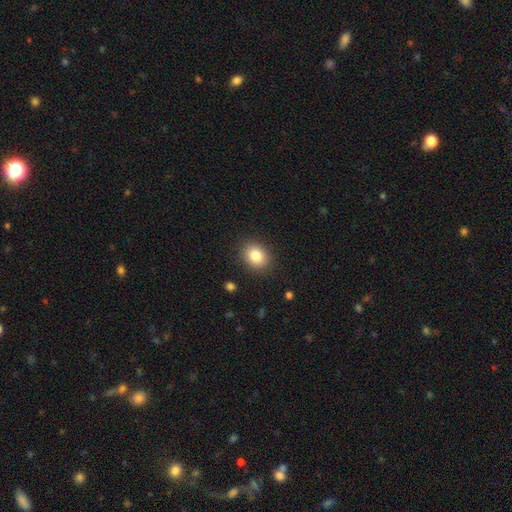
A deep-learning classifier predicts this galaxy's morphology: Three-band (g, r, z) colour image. It shows a smooth galaxy with no disk features (84%) that is round (50%). Merging: none (88%).